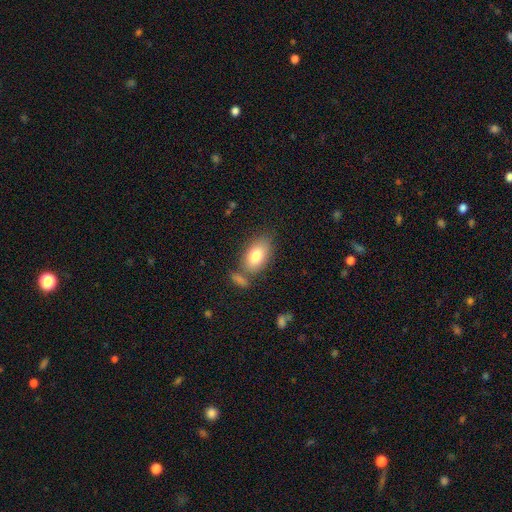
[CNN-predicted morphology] smooth-or-featured: smooth: 80% | featured or disk: 13% | star or artifact: 7%
  how-rounded: in between: 91% | round: 7% | cigar-shaped: 2%
  merging: none: 65% | minor disturbance: 15% | merger: 15% | major disturbance: 5%